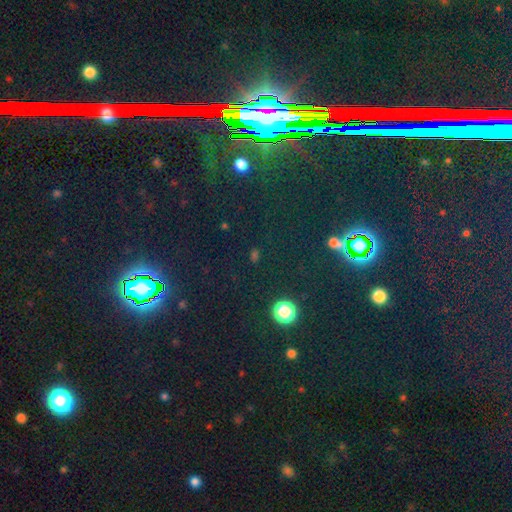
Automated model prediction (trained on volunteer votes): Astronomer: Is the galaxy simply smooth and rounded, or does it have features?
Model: star or artifact — 68%.